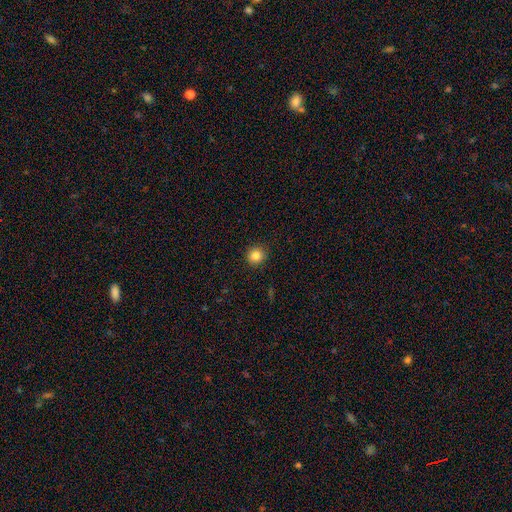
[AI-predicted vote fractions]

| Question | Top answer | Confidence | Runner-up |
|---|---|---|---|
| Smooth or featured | smooth | 84% | star or artifact (11%) |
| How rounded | round | 91% | in between (8%) |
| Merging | none | 91% | minor disturbance (6%) |